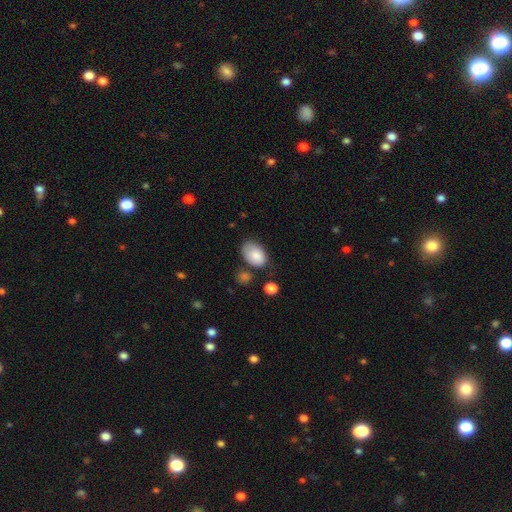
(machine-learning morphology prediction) smooth 85%, featured or disk 8%, star or artifact 7%. Down the decision tree: how rounded — in between (89%); merging — none (57%).